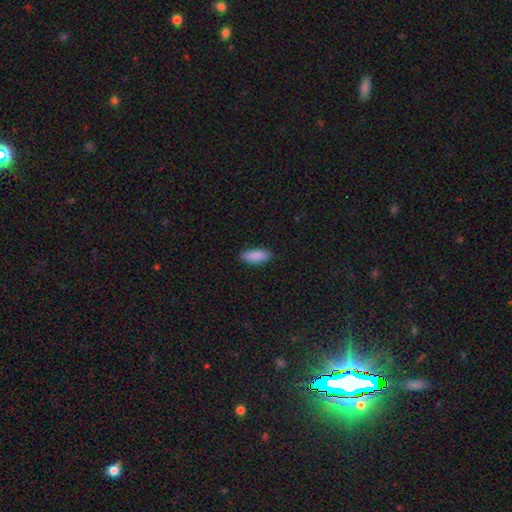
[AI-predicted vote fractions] Q: Smooth or featured?
A: smooth (90%); runner-up: star or artifact (6%)
Q: How rounded?
A: in between (77%); runner-up: cigar-shaped (21%)
Q: Merging?
A: none (89%); runner-up: minor disturbance (9%)